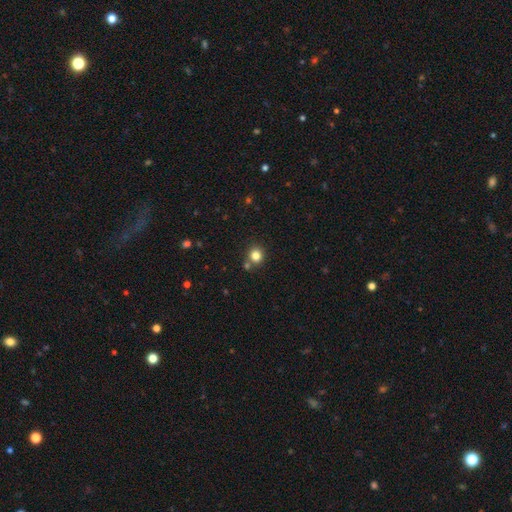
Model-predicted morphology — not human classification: This is clearly a smooth galaxy (82%). How rounded: clearly round (90%). Merging: likely none (78%).